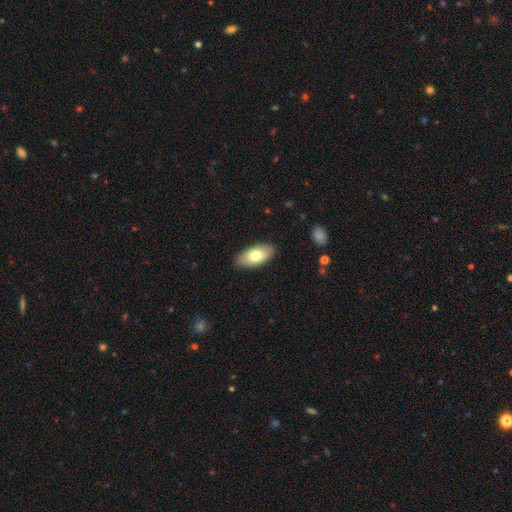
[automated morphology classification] The model was most divided on "smooth or featured": smooth: 75%, featured or disk: 19%, star or artifact: 6%. More confident: how rounded — in between (93%); merging — none (86%).